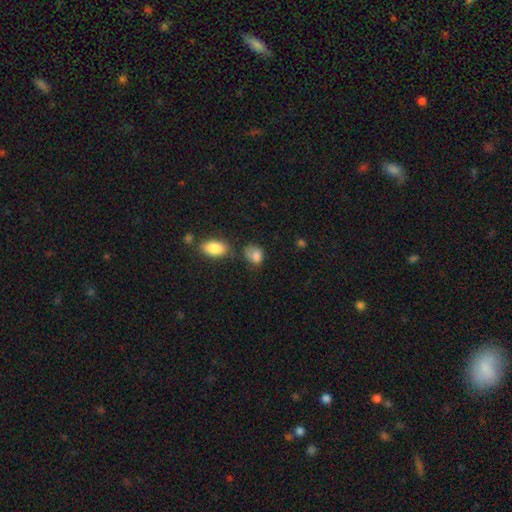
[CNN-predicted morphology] Q: Smooth or featured?
A: smooth (81%); runner-up: star or artifact (10%)
Q: How rounded?
A: in between (68%); runner-up: round (31%)
Q: Merging?
A: none (40%); runner-up: minor disturbance (32%)